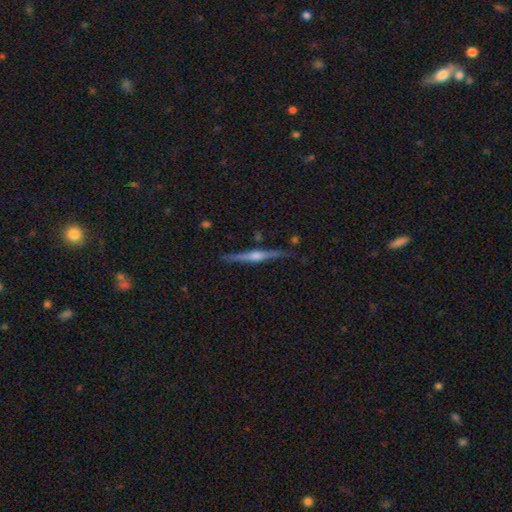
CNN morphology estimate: featured or disk 81%, smooth 13%, star or artifact 6%. Down the decision tree: edge-on disk — yes (98%); edge-on bulge — rounded (85%); merging — none (88%).